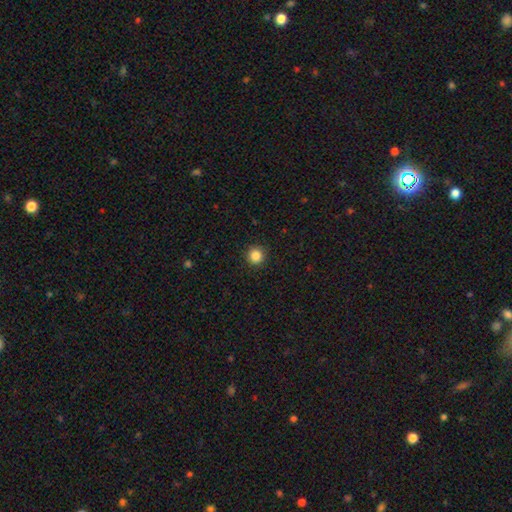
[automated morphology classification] smooth_or_featured: smooth (p=0.86) [alt: star or artifact p=0.11]
how_rounded: round (p=0.94) [alt: in between p=0.05]
merging: none (p=0.92) [alt: minor disturbance p=0.06]